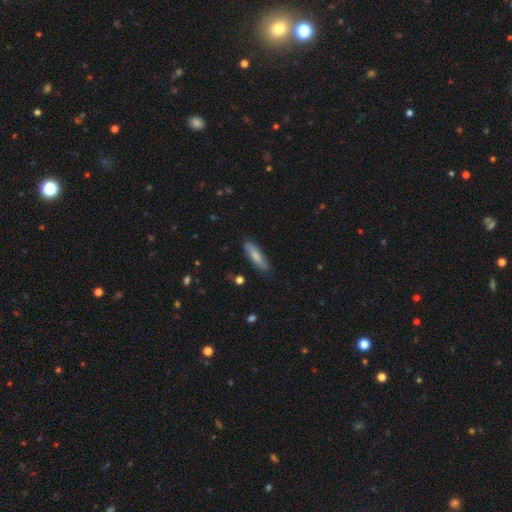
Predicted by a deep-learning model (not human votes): Smooth or featured? smooth (78%)
How rounded? cigar-shaped (63%)
Merging? none (83%)